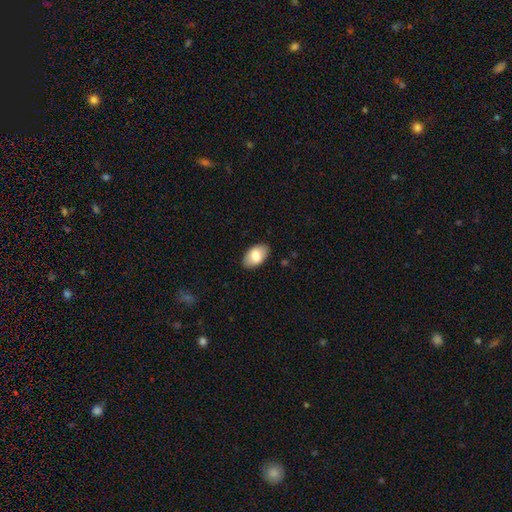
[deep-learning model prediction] Q: Smooth or featured?
A: smooth (79%); runner-up: featured or disk (14%)
Q: How rounded?
A: in between (93%); runner-up: round (6%)
Q: Merging?
A: none (87%); runner-up: minor disturbance (10%)